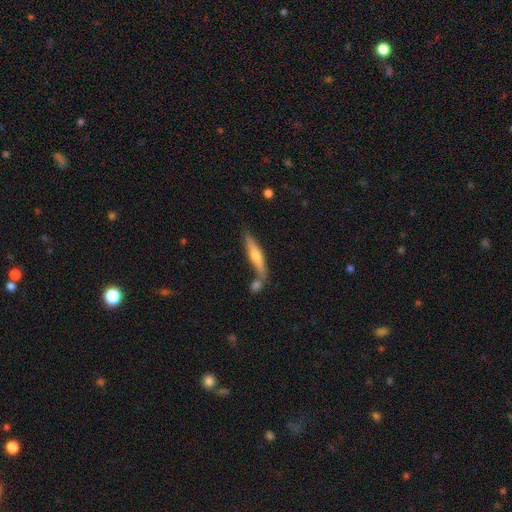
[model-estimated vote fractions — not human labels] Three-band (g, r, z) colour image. It shows a featured or disk galaxy (54%) viewed edge-on (93%). Merging: none (65%).